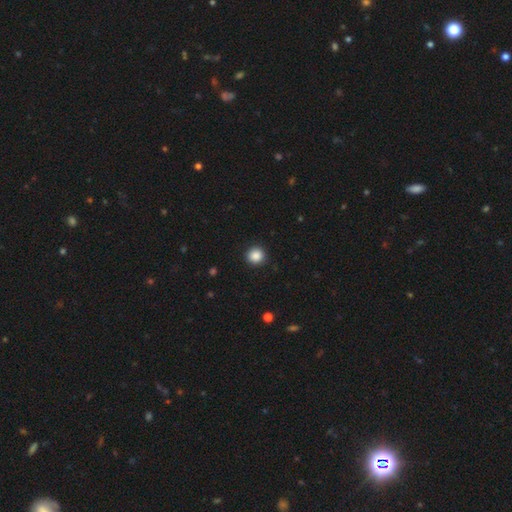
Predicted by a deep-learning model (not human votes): smooth 87%, star or artifact 10%, featured or disk 3%. Down the decision tree: how rounded — round (92%); merging — none (91%).